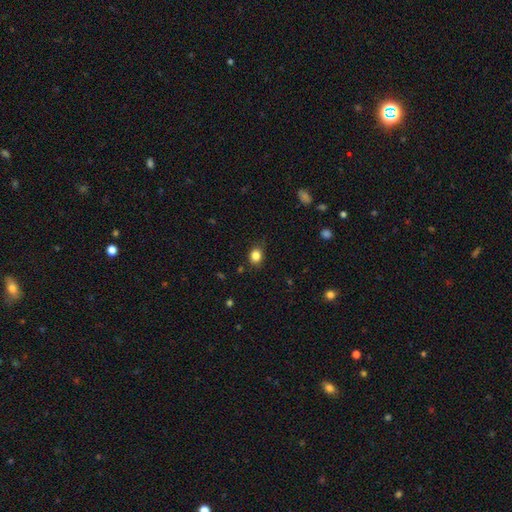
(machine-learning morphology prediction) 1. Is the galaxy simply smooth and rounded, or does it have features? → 84% smooth, 11% star or artifact, 5% featured or disk.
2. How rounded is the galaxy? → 56% round, 43% in between, 1% cigar-shaped.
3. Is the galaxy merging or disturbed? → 78% none, 17% minor disturbance, 3% major disturbance, 1% merger.